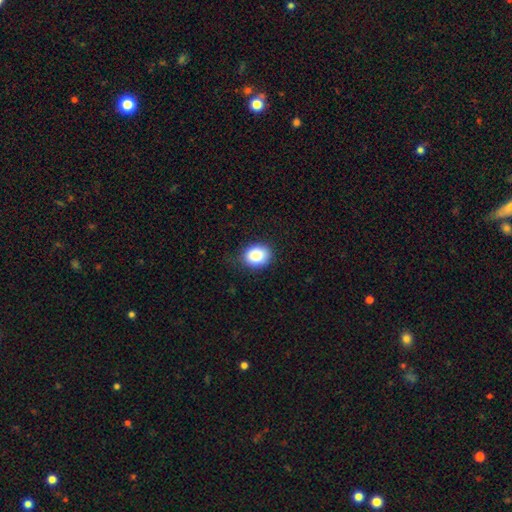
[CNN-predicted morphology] The model was most divided on "how rounded": round: 52%, in between: 48%, cigar-shaped: 1%. More confident: smooth or featured — smooth (85%); merging — none (82%).